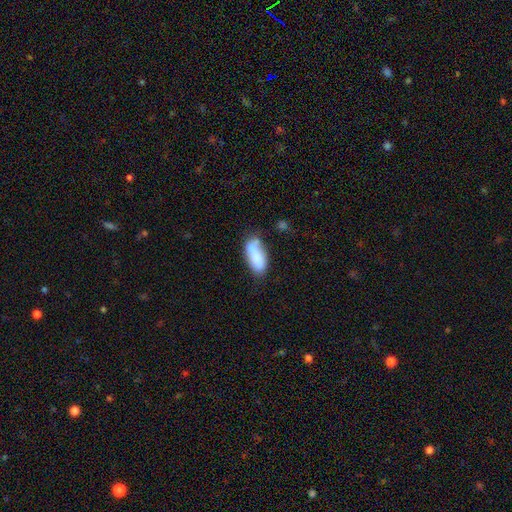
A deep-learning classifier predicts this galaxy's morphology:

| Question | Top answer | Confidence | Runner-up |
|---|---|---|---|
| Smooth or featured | smooth | 75% | featured or disk (17%) |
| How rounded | in between | 78% | cigar-shaped (20%) |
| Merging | none | 45% | merger (25%) |